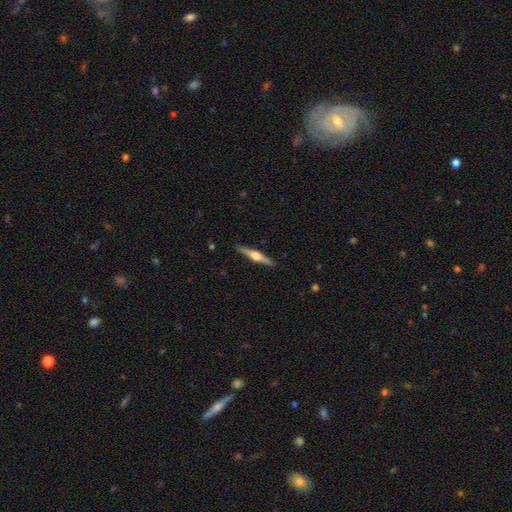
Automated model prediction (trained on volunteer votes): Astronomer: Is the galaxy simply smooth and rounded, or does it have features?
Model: featured or disk — 72%.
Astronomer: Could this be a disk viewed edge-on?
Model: yes — 98%.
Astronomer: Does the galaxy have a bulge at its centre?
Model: rounded — 91%.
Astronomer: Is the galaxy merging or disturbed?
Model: none — 90%.